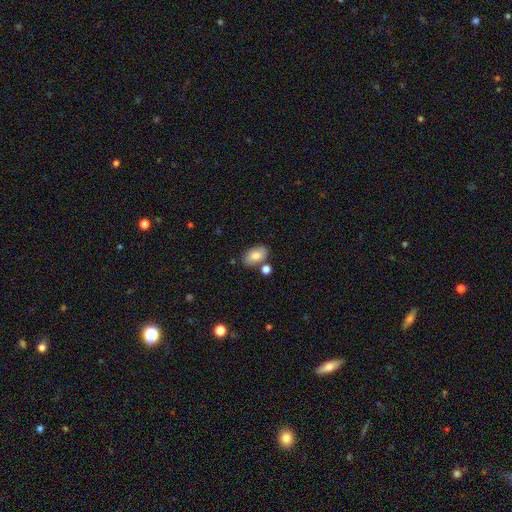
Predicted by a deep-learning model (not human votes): Smooth or featured? Predicted: smooth (p=0.80). How rounded? Predicted: in between (p=0.92). Merging? Predicted: none (p=0.73).